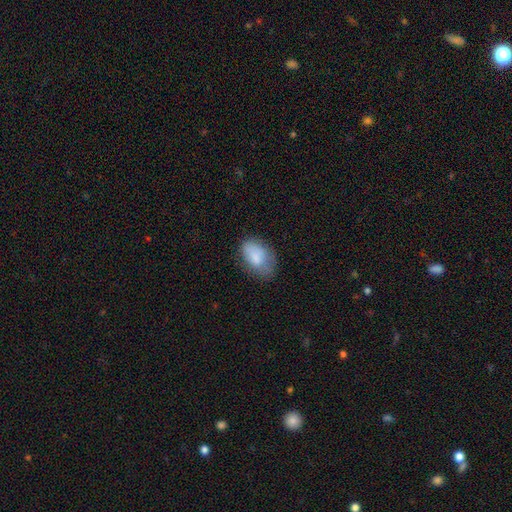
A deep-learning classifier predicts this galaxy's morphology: Smooth or featured: smooth — 81% (featured or disk — 12%)
How rounded: in between — 90% (round — 9%)
Merging: none — 61% (minor disturbance — 27%)